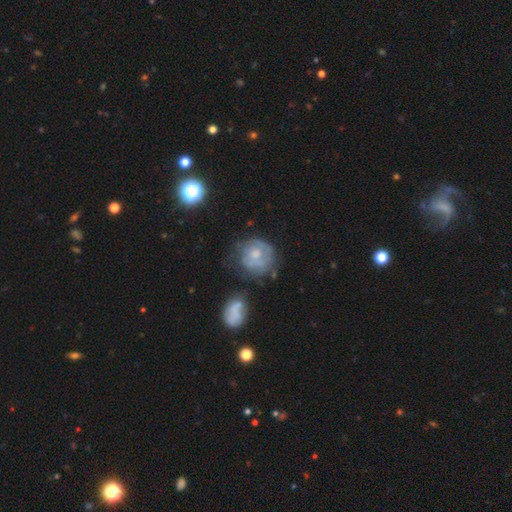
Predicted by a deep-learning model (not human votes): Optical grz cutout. It shows a smooth galaxy with no disk features (46%, tied with featured or disk). Merging: none (49%).